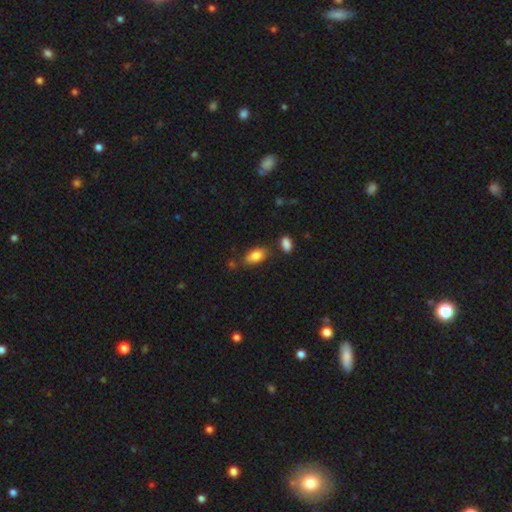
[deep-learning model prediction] Q: Smooth or featured?
A: smooth (84%); runner-up: featured or disk (9%)
Q: How rounded?
A: in between (90%); runner-up: round (5%)
Q: Merging?
A: none (69%); runner-up: minor disturbance (18%)